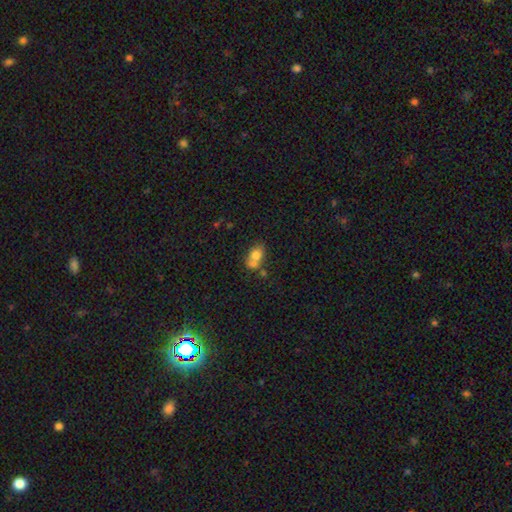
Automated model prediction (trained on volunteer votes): Smooth or featured? smooth (73%)
How rounded? in between (62%)
Merging? merger (49%)